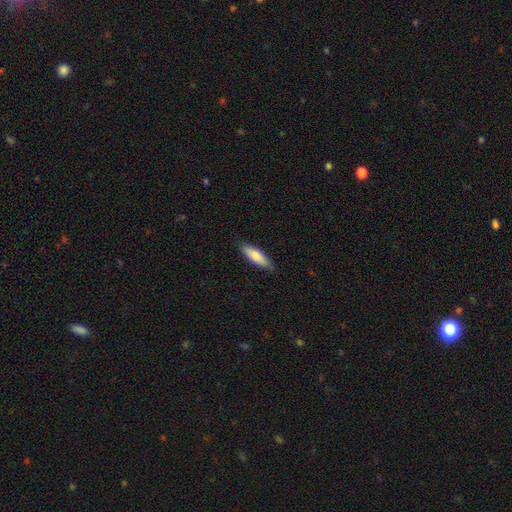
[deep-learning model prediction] smooth_or_featured: smooth (p=0.77) [alt: featured or disk p=0.18]
how_rounded: cigar-shaped (p=0.56) [alt: in between p=0.42]
merging: none (p=0.85) [alt: minor disturbance p=0.12]